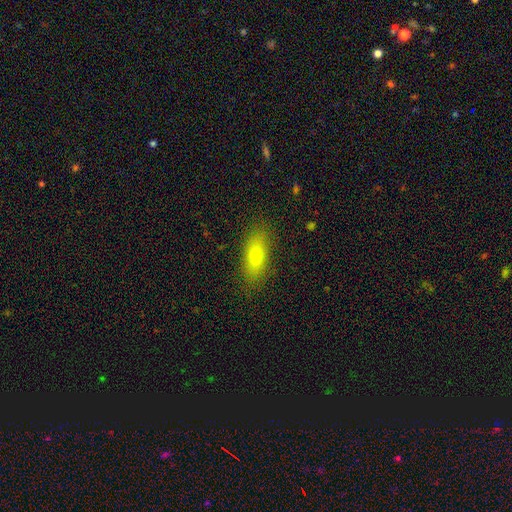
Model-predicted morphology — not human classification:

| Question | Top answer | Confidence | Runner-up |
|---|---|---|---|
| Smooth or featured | smooth | 73% | featured or disk (17%) |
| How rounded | in between | 75% | cigar-shaped (19%) |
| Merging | none | 84% | minor disturbance (11%) |